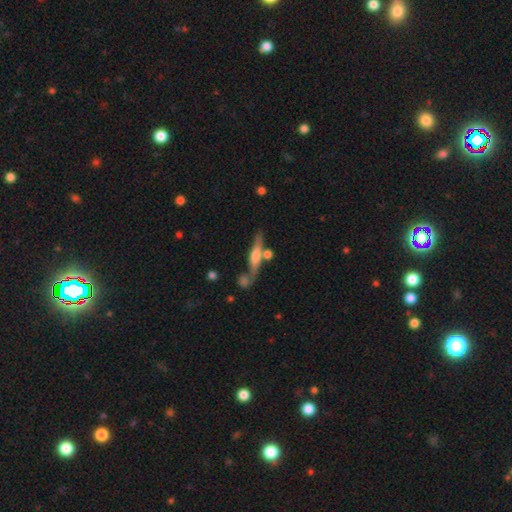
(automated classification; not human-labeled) A featured or disk galaxy (51%) viewed edge-on (88%). Merging: none (60%).